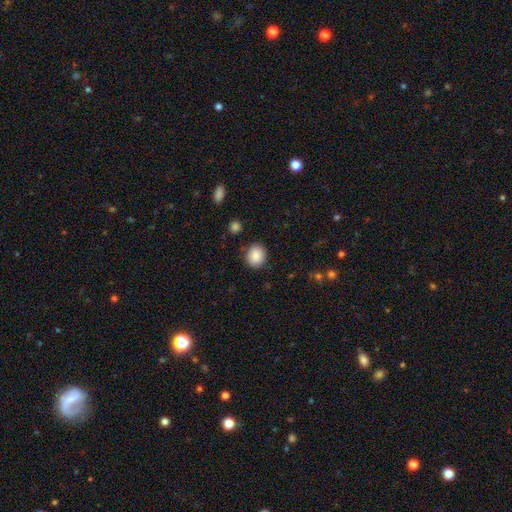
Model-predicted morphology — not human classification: Smooth or featured? smooth (88%)
How rounded? round (73%)
Merging? none (87%)